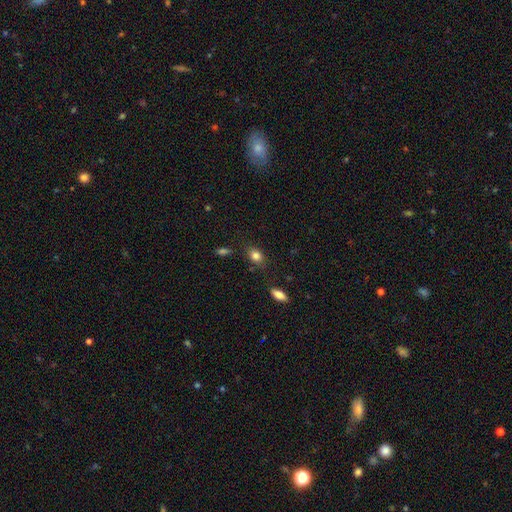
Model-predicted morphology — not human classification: type=smooth (83%); roundness=in between (72%); merging=none (75%).